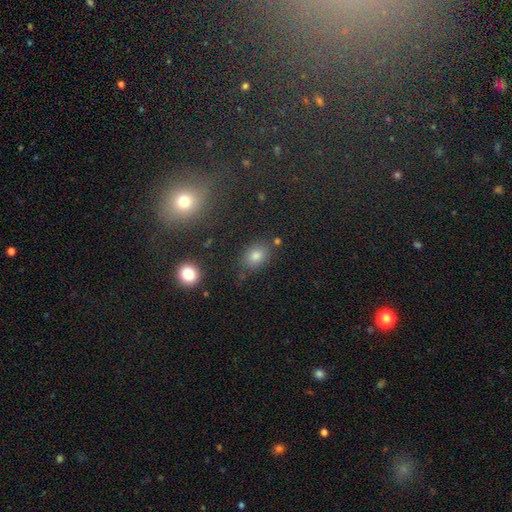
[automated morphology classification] Smooth or featured?
  - smooth: 78% *
  - star or artifact: 14%
  - featured or disk: 8%
How rounded?
  - in between: 63% *
  - round: 36%
  - cigar-shaped: 1%
Merging?
  - none: 80% *
  - minor disturbance: 12%
  - merger: 5%
  - major disturbance: 3%